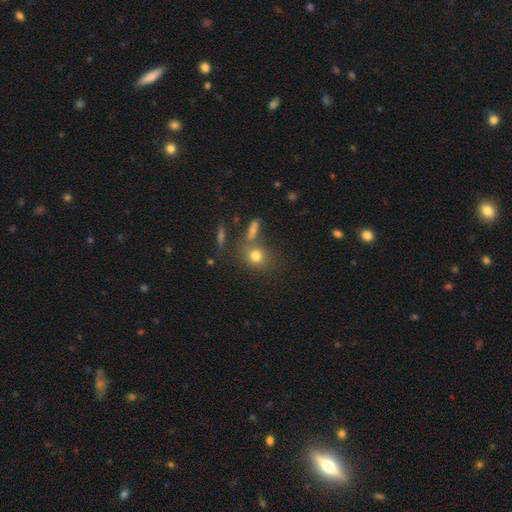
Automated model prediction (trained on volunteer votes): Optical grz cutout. It shows a smooth galaxy with no disk features (76%) that is round (76%). Merging: none (66%).